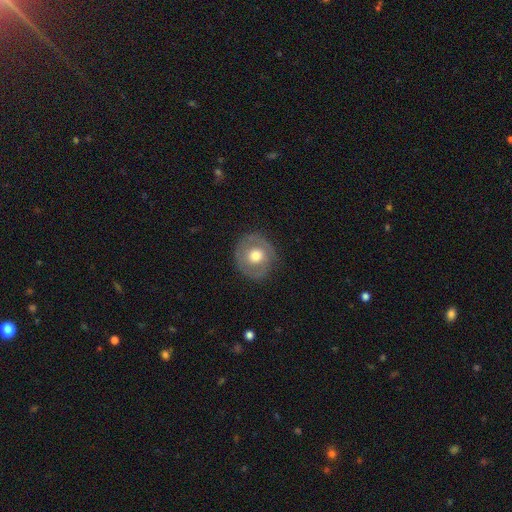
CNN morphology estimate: Smooth or featured: smooth — 54% (featured or disk — 39%)
How rounded: round — 85% (in between — 14%)
Merging: none — 81% (minor disturbance — 13%)